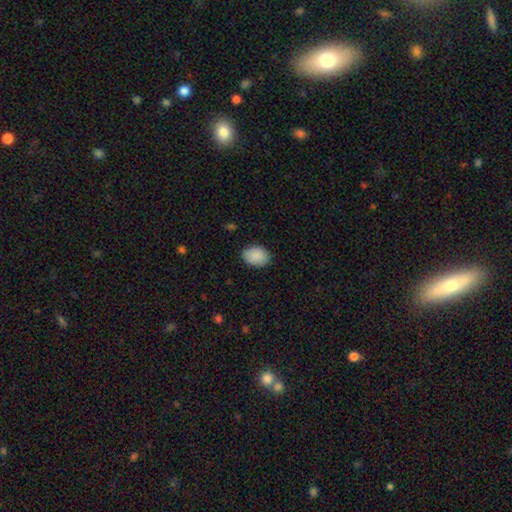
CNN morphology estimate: Smooth or featured: smooth — 90% (star or artifact — 6%)
How rounded: in between — 80% (round — 19%)
Merging: none — 84% (minor disturbance — 12%)